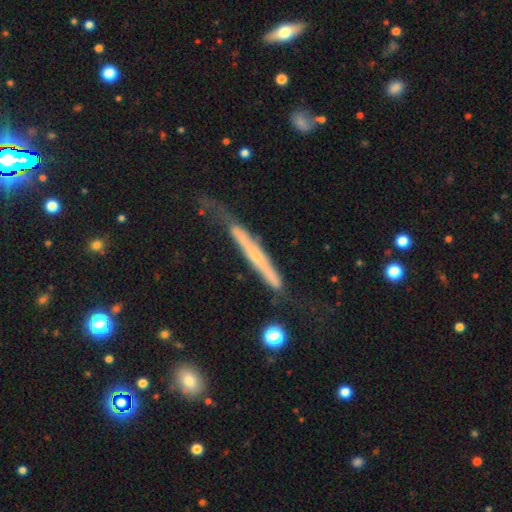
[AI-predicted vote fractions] featured or disk 65%, smooth 28%, star or artifact 7%. Down the decision tree: edge-on disk — yes (84%); edge-on bulge — none (52%); merging — none (44%).